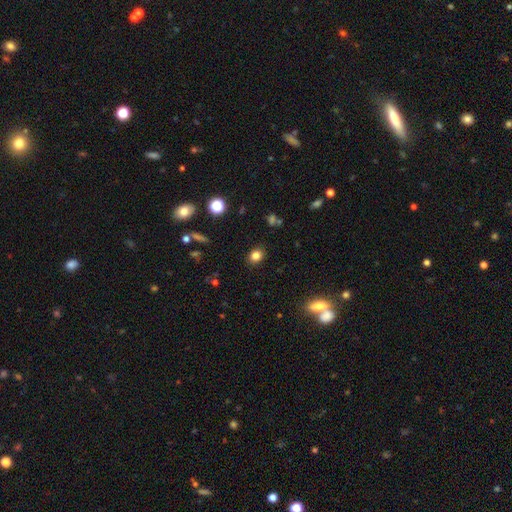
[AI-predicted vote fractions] Smooth or featured: smooth — 82% (star or artifact — 13%)
How rounded: round — 55% (in between — 44%)
Merging: none — 88% (minor disturbance — 8%)